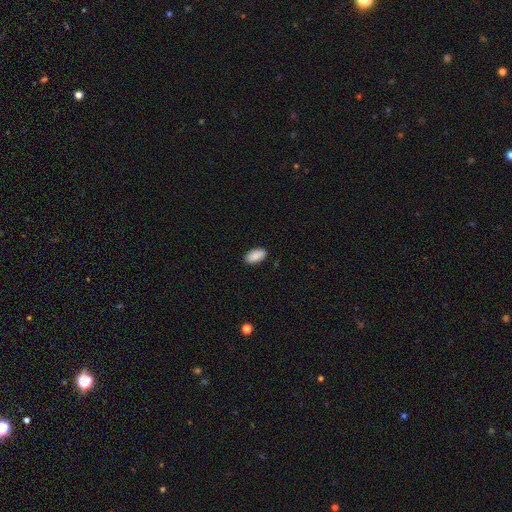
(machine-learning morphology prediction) Overall: smooth (90%). How rounded: in between (94%). Merging: none (89%).